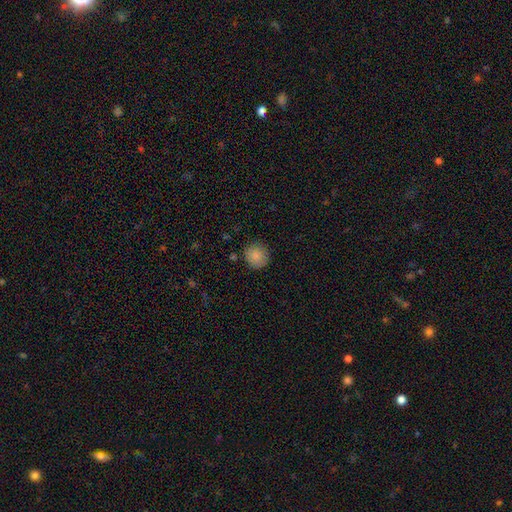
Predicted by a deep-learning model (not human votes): smooth 86%, star or artifact 9%, featured or disk 5%. Down the decision tree: how rounded — round (93%); merging — none (87%).